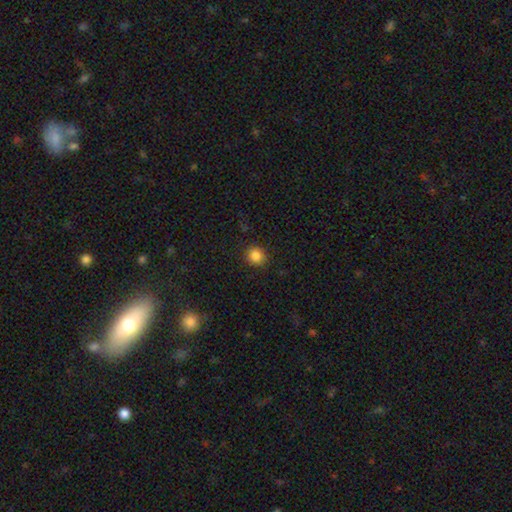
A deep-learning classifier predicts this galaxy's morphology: smooth-or-featured: smooth: 84% | star or artifact: 11% | featured or disk: 5%
  how-rounded: round: 88% | in between: 11% | cigar-shaped: 1%
  merging: none: 91% | minor disturbance: 6% | major disturbance: 2% | merger: 1%